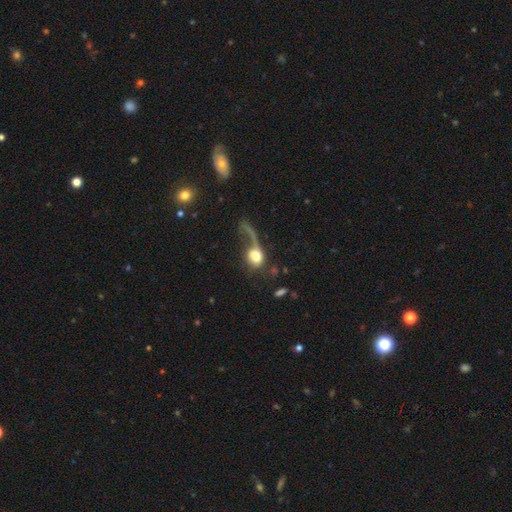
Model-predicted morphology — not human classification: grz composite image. It shows a smooth galaxy with no disk features (60%) that is round (56%). Merging: major disturbance (59%).